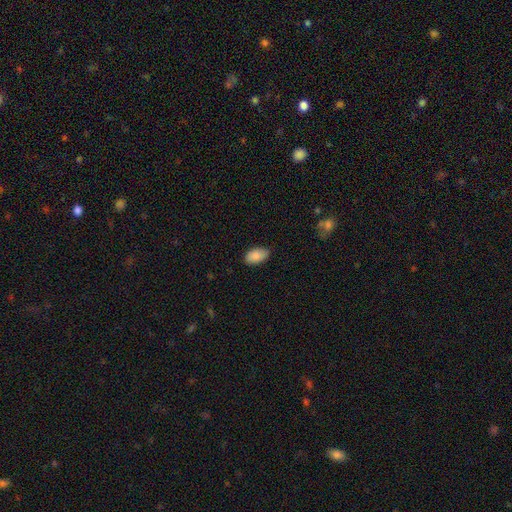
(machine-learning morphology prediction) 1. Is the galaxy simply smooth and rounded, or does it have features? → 88% smooth, 7% star or artifact, 5% featured or disk.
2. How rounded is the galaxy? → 94% in between, 4% round, 2% cigar-shaped.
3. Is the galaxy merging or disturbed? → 83% none, 14% minor disturbance, 2% major disturbance, 1% merger.